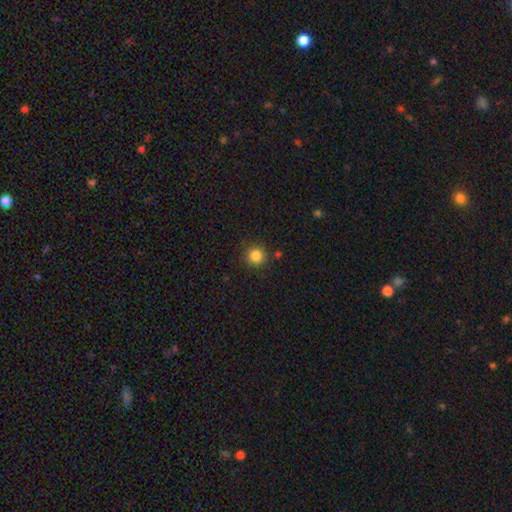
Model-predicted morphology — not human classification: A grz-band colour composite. It shows a smooth galaxy with no disk features (84%) that is round (94%). Merging: none (86%).